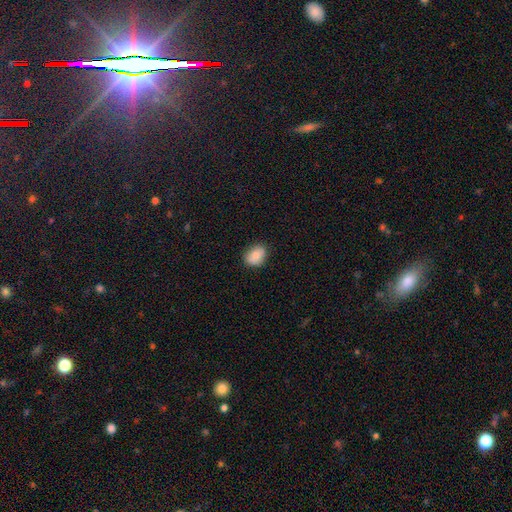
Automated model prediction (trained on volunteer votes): smooth_or_featured: smooth (p=0.81) [alt: featured or disk p=0.11]
how_rounded: in between (p=0.66) [alt: round p=0.33]
merging: none (p=0.82) [alt: minor disturbance p=0.14]